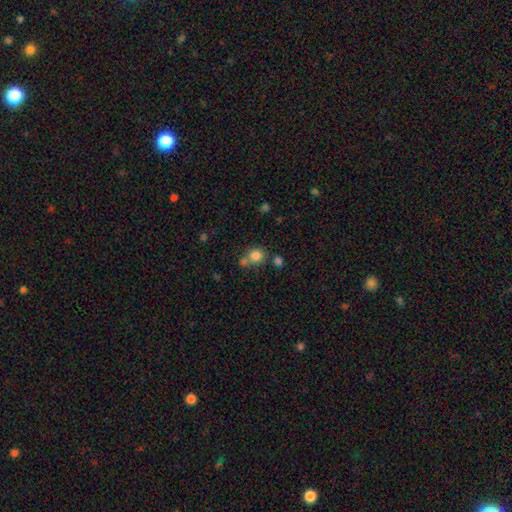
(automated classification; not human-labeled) Smooth or featured: smooth — 81% (star or artifact — 12%)
How rounded: round — 82% (in between — 17%)
Merging: none — 54% (merger — 31%)